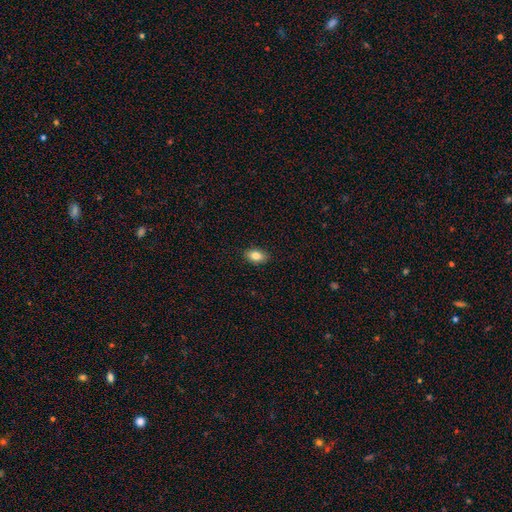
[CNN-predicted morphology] smooth-or-featured: smooth: 83% | featured or disk: 9% | star or artifact: 8%
  how-rounded: in between: 89% | round: 9% | cigar-shaped: 2%
  merging: none: 89% | minor disturbance: 8% | major disturbance: 2% | merger: 1%